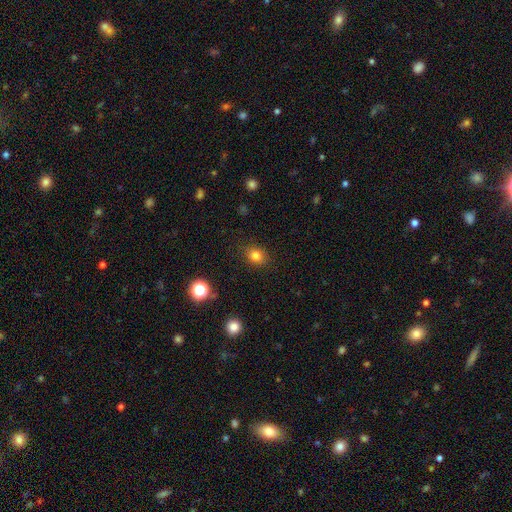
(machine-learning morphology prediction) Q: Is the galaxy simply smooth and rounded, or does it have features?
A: smooth — 80%.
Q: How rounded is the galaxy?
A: round — 66%.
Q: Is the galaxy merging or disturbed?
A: none — 87%.